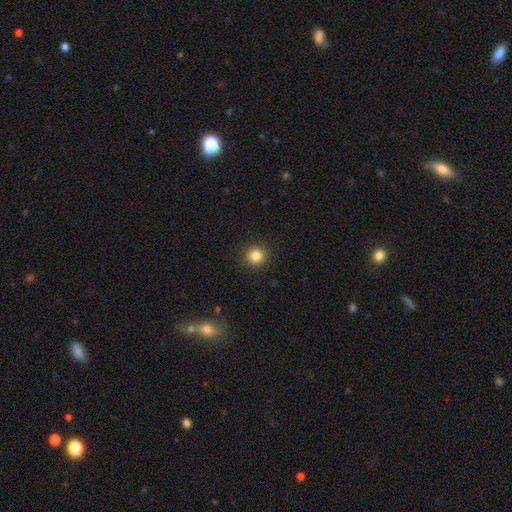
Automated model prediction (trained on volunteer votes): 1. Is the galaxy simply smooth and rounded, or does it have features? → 84% smooth, 11% star or artifact, 5% featured or disk.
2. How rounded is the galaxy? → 94% round, 5% in between, 1% cigar-shaped.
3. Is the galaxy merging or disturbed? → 92% none, 5% minor disturbance, 2% major disturbance, 1% merger.